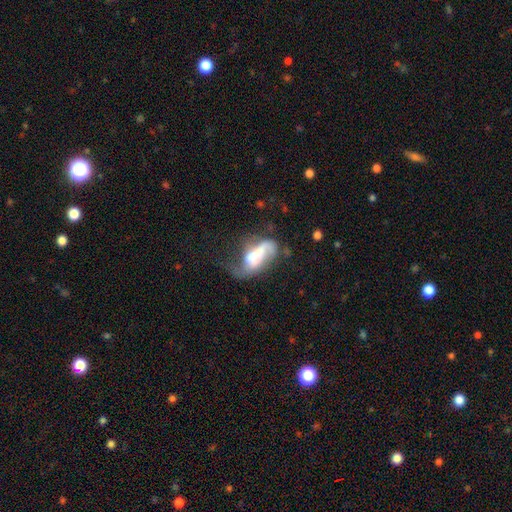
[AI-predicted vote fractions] This appears to be a featured or disk galaxy (56%) with no bar (48%), spiral arms (69%) and a large central bulge (34%). Merging: major disturbance (46%).